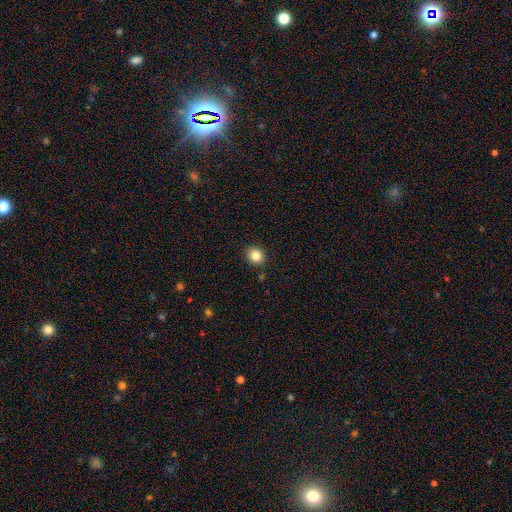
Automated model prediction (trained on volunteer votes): smooth 84%, star or artifact 10%, featured or disk 5%. Down the decision tree: how rounded — round (78%); merging — none (89%).